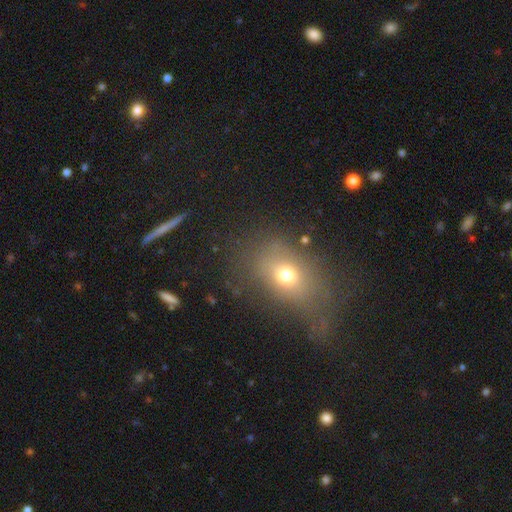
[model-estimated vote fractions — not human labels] Smooth or featured? Predicted: smooth (p=0.60). How rounded? Predicted: in between (p=0.60). Merging? Predicted: none (p=0.56).